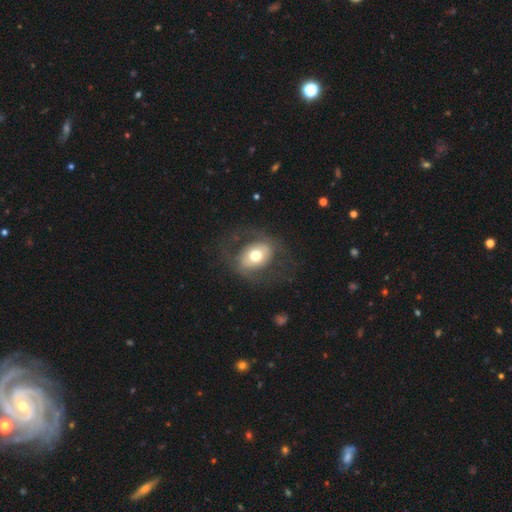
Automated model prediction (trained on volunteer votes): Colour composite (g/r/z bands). It shows a smooth galaxy with no disk features (49%). Merging: none (68%).